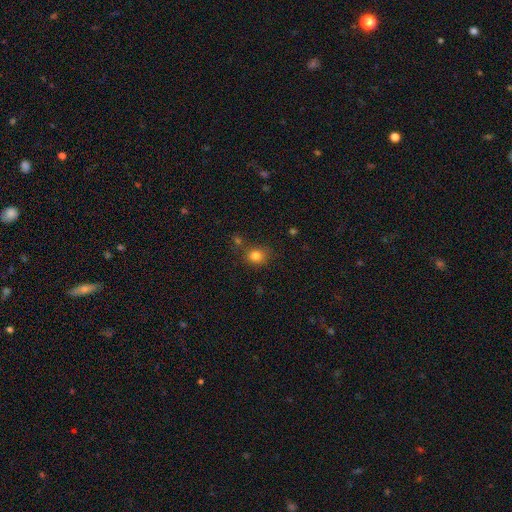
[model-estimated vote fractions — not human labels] smooth_or_featured: smooth (p=0.81) [alt: star or artifact p=0.13]
how_rounded: round (p=0.70) [alt: in between p=0.29]
merging: none (p=0.71) [alt: minor disturbance p=0.14]